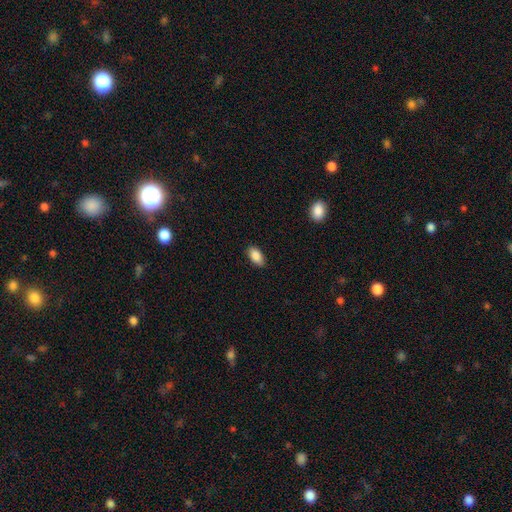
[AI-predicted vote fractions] The model was most divided on "merging": none: 85%, minor disturbance: 11%, major disturbance: 2%, merger: 1%. More confident: how rounded — in between (93%); smooth or featured — smooth (88%).